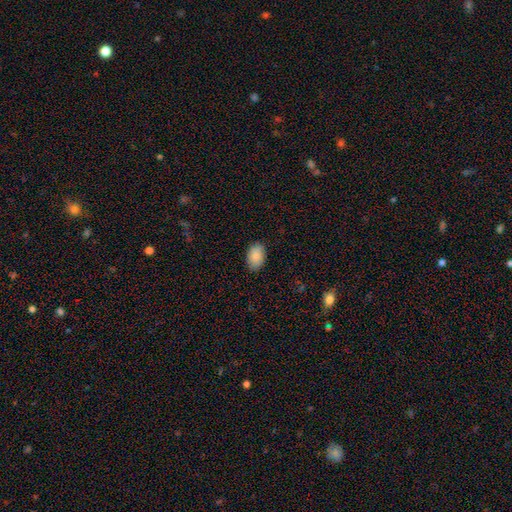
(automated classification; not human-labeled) Smooth or featured? smooth (89%)
How rounded? in between (89%)
Merging? none (86%)